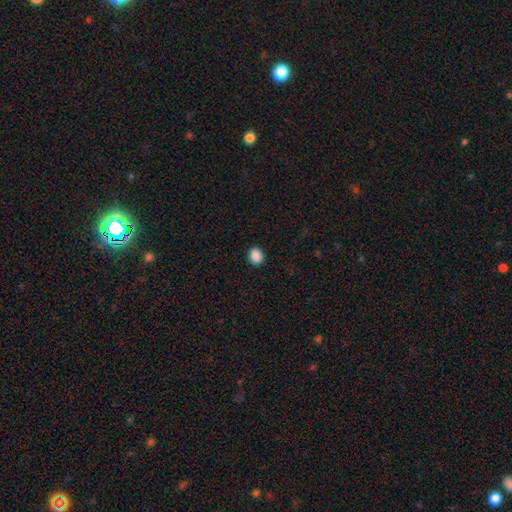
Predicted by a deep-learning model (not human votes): Morphology: type=smooth (89%); roundness=round (64%); merging=none (91%).